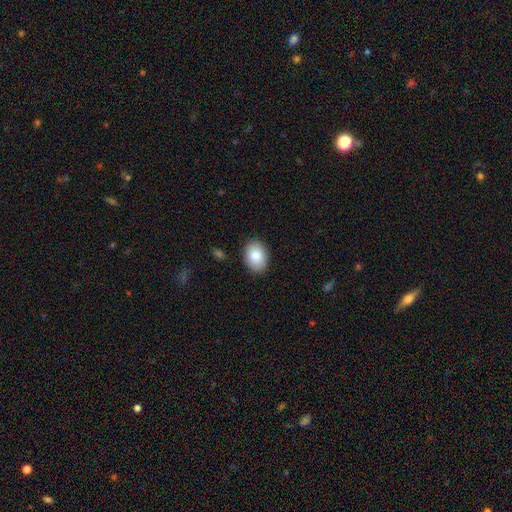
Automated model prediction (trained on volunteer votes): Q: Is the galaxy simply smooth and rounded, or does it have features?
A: smooth — 85%.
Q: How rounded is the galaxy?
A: in between — 77%.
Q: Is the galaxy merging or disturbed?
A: none — 88%.